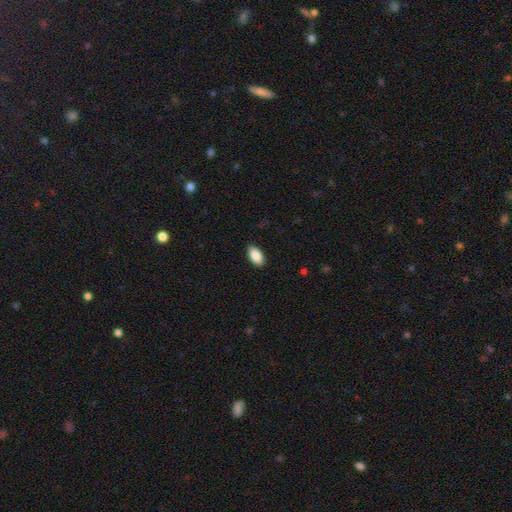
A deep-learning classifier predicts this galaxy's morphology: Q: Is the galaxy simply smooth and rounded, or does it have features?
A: smooth — 88%.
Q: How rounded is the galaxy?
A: in between — 93%.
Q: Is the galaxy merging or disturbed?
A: none — 86%.